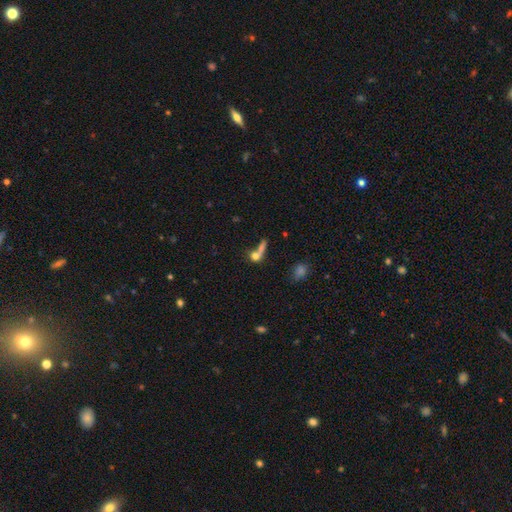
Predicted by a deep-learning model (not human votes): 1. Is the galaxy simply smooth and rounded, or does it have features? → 59% smooth, 21% star or artifact, 20% featured or disk.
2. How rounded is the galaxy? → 53% round, 30% in between, 17% cigar-shaped.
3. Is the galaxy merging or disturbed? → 42% none, 38% merger, 10% major disturbance, 10% minor disturbance.